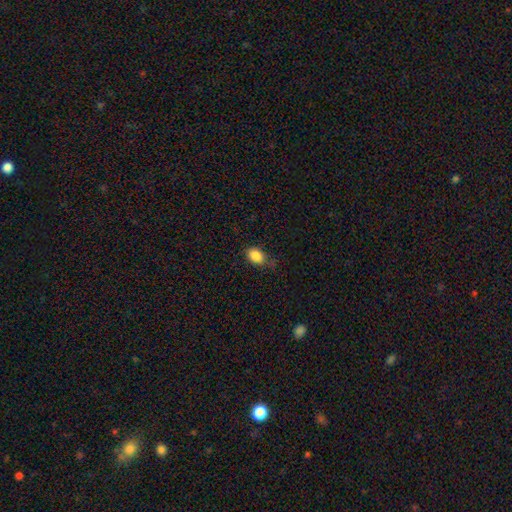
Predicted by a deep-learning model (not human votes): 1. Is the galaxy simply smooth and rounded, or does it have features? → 87% smooth, 9% star or artifact, 4% featured or disk.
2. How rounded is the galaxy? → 78% in between, 20% round, 1% cigar-shaped.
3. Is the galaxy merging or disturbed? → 69% none, 23% minor disturbance, 6% major disturbance, 2% merger.